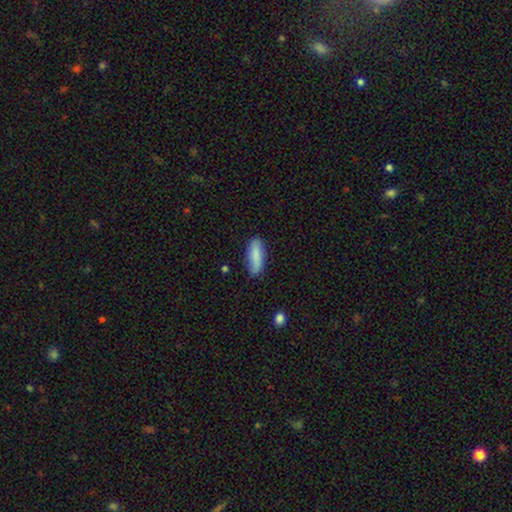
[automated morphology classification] This is clearly a smooth galaxy (84%). How rounded: possibly in between (52%). Merging: likely none (80%).